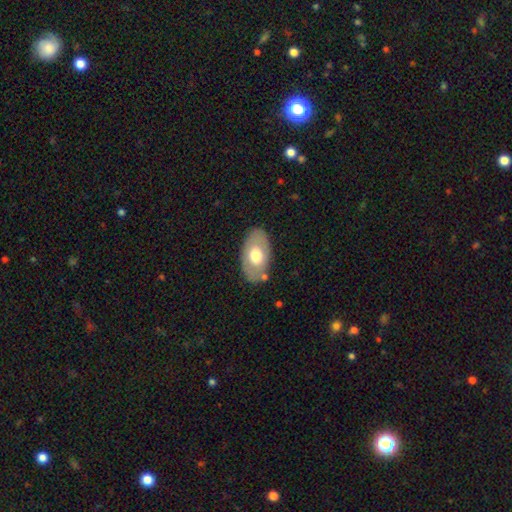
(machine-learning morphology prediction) Smooth or featured: smooth — 58% (featured or disk — 36%)
How rounded: in between — 92% (round — 7%)
Merging: none — 80% (minor disturbance — 13%)